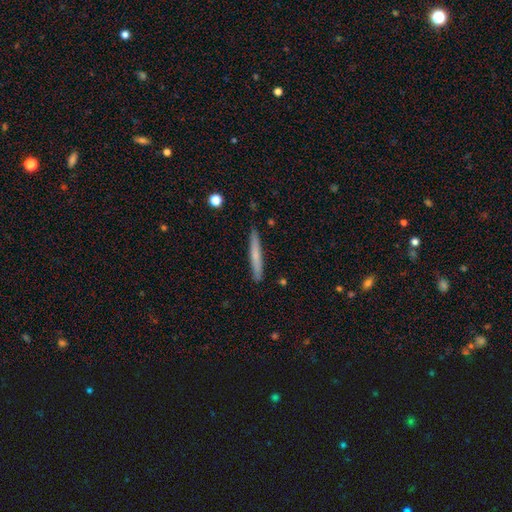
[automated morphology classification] Overall: smooth (64%; featured or disk 30%). How rounded: cigar-shaped (96%). Merging: none (90%).